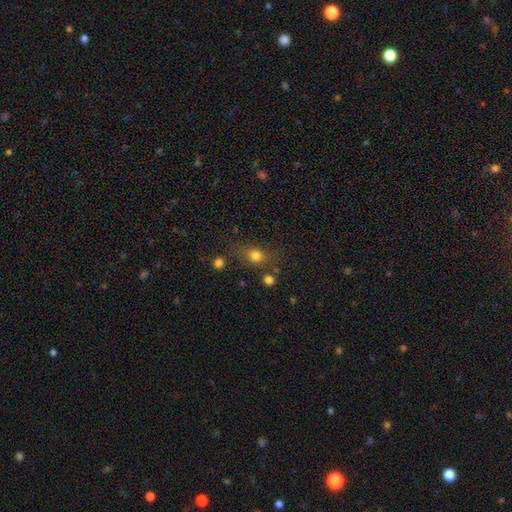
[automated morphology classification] Smooth or featured? smooth (76%)
How rounded? round (59%)
Merging? none (67%)